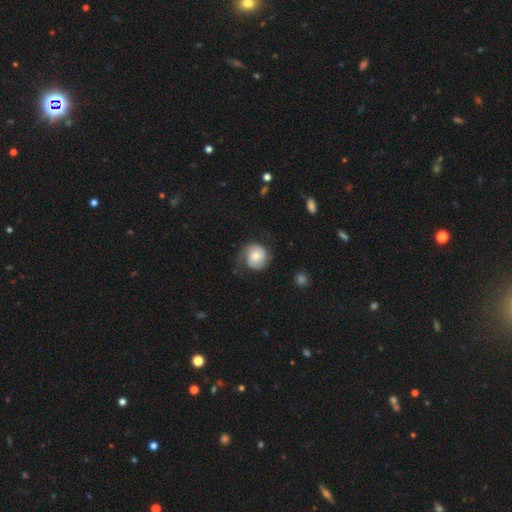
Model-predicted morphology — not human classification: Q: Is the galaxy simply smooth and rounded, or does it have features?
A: smooth — 54%.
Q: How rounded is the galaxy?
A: round — 86%.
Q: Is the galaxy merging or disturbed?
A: none — 58%.